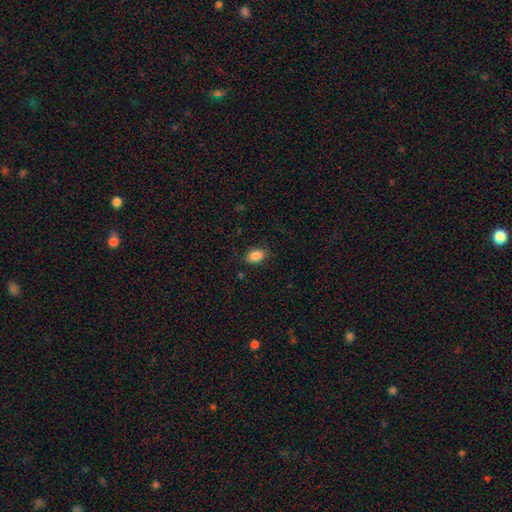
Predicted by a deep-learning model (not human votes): A smooth galaxy with no disk features (87%) that is in between round and cigar-shaped (85%). Merging: none (83%).